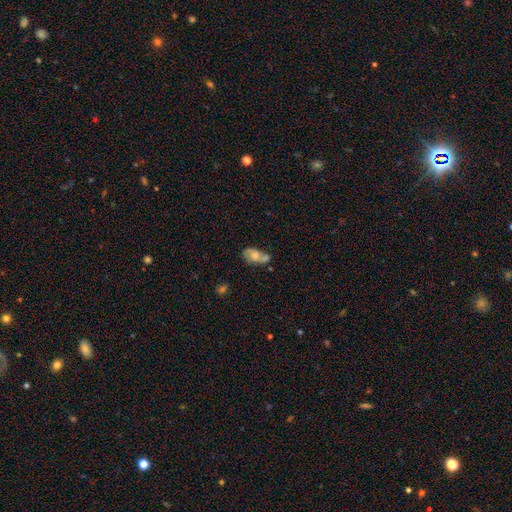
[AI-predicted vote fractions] smooth_or_featured: featured or disk (p=0.50) [alt: smooth p=0.41]
merging: none (p=0.38) [alt: minor disturbance p=0.26]